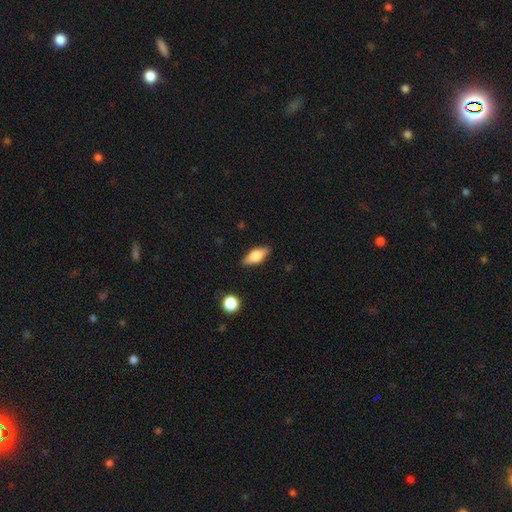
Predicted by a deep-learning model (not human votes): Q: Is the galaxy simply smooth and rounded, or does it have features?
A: smooth — 55%.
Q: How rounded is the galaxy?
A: in between — 74%.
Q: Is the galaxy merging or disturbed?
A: none — 86%.